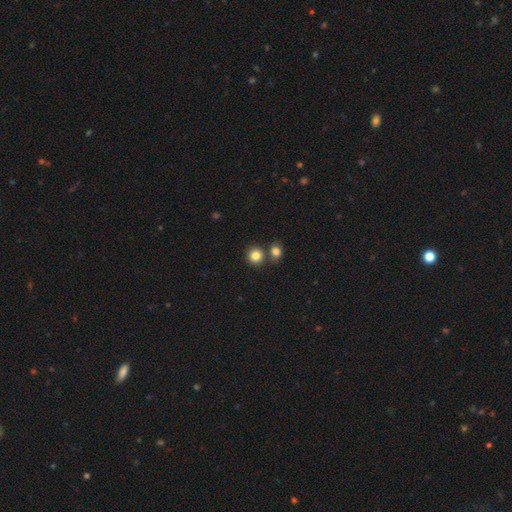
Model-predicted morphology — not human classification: Q: Smooth or featured?
A: smooth (84%); runner-up: star or artifact (11%)
Q: How rounded?
A: round (88%); runner-up: in between (11%)
Q: Merging?
A: none (70%); runner-up: merger (20%)